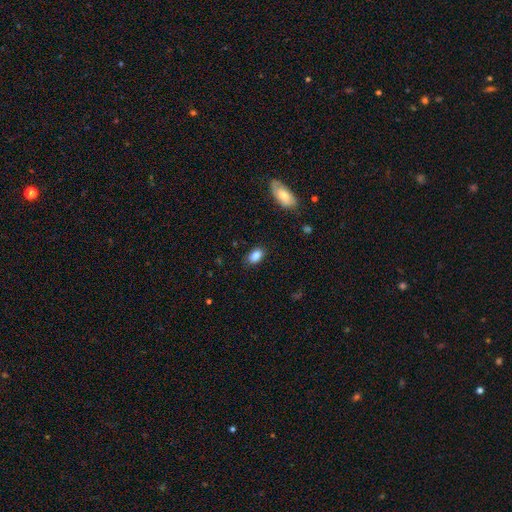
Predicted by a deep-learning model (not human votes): Smooth or featured?
  - smooth: 87% *
  - star or artifact: 8%
  - featured or disk: 5%
How rounded?
  - in between: 89% *
  - round: 9%
  - cigar-shaped: 2%
Merging?
  - none: 82% *
  - minor disturbance: 14%
  - major disturbance: 3%
  - merger: 1%